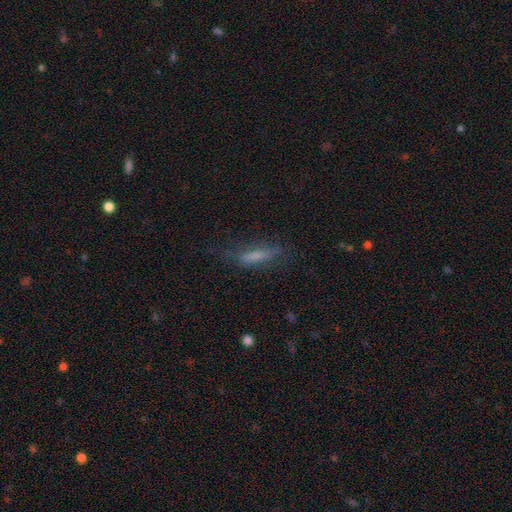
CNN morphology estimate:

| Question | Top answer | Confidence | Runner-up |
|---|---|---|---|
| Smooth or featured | smooth | 61% | featured or disk (29%) |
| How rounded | cigar-shaped | 84% | in between (14%) |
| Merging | none | 66% | minor disturbance (21%) |